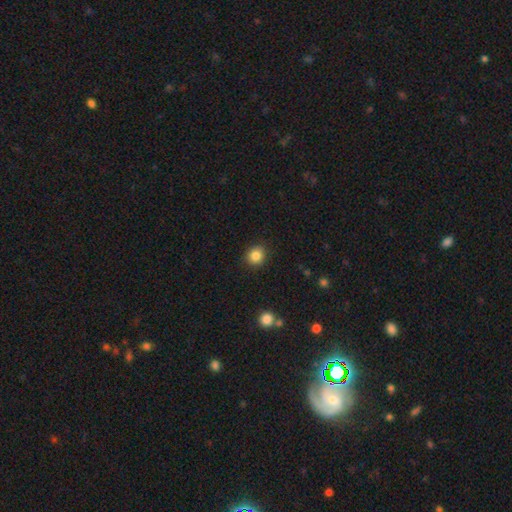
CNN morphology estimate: The model was most divided on "how rounded": round: 84%, in between: 15%, cigar-shaped: 1%. More confident: merging — none (89%); smooth or featured — smooth (85%).